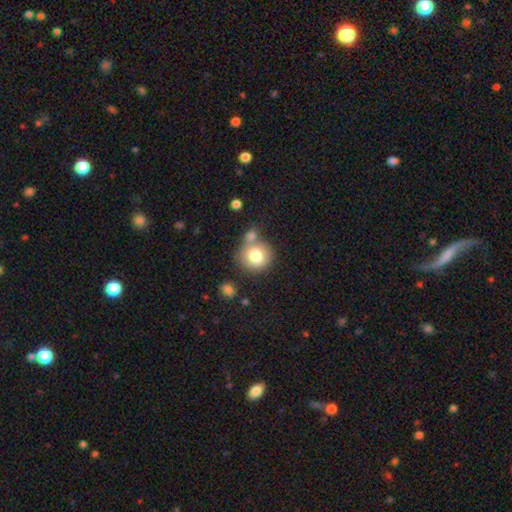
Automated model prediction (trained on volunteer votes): smooth-or-featured: smooth: 78% | featured or disk: 13% | star or artifact: 9%
  how-rounded: round: 88% | in between: 11% | cigar-shaped: 1%
  merging: none: 58% | merger: 26% | minor disturbance: 12% | major disturbance: 4%